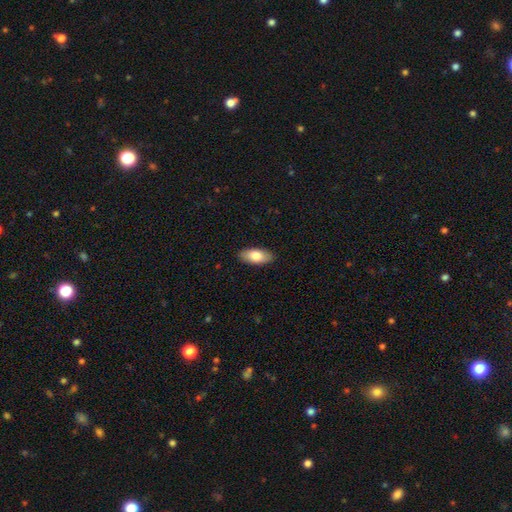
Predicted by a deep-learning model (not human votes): Overall: smooth (82%). How rounded: in between (89%). Merging: none (89%).